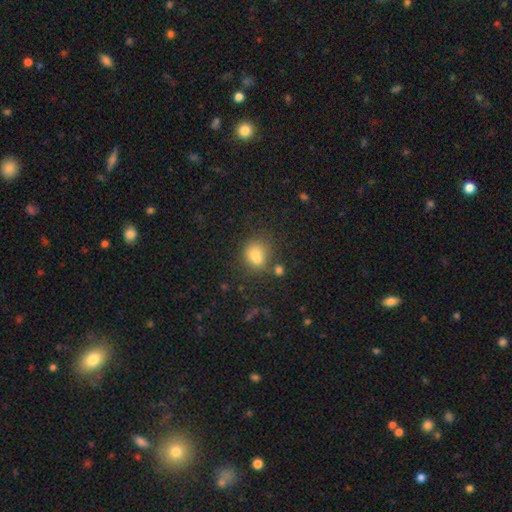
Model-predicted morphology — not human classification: type=smooth (75%); roundness=round (60%); merging=none (50%).